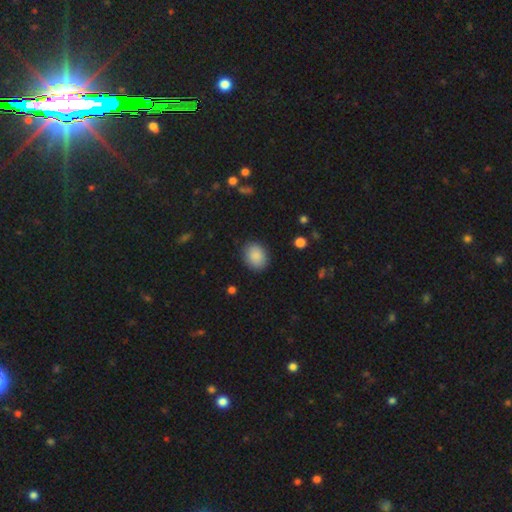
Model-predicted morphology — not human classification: Smooth or featured? smooth (88%)
How rounded? in between (51%)
Merging? none (87%)